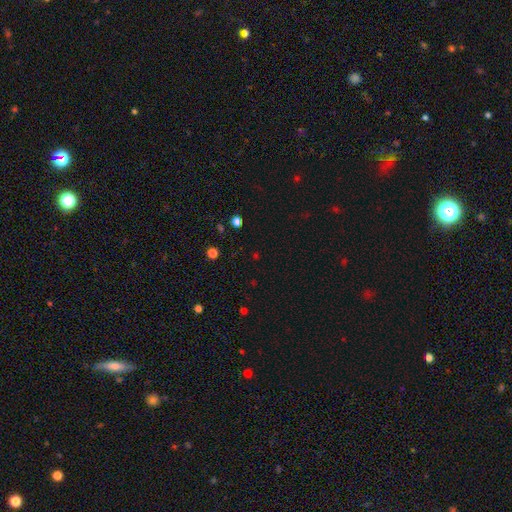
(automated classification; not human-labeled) Q: Smooth or featured?
A: star or artifact (57%); runner-up: smooth (36%)